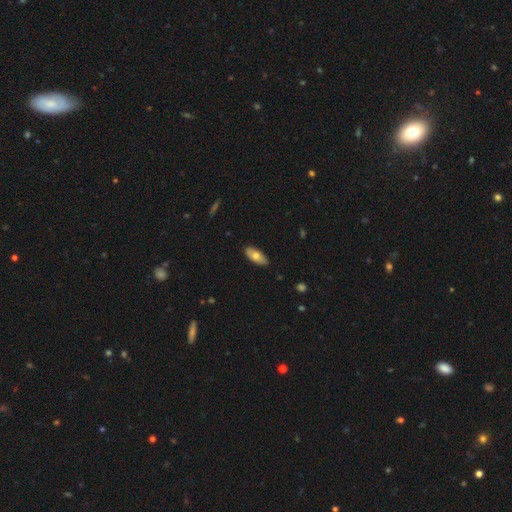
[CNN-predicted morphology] This is likely a smooth galaxy (68%). How rounded: clearly in between (86%). Merging: clearly none (87%).